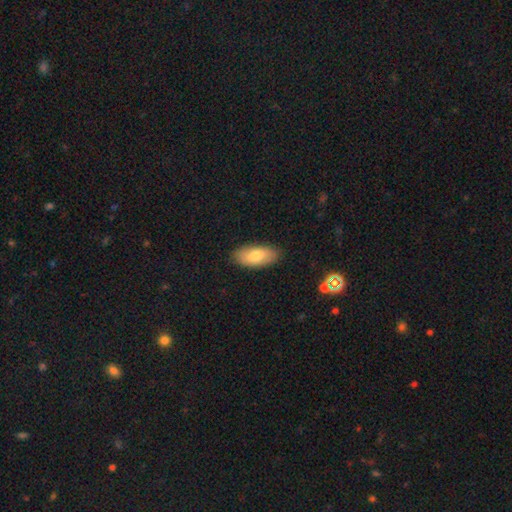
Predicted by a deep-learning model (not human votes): smooth_or_featured: smooth (p=0.75) [alt: featured or disk p=0.18]
how_rounded: in between (p=0.89) [alt: cigar-shaped p=0.09]
merging: none (p=0.87) [alt: minor disturbance p=0.10]